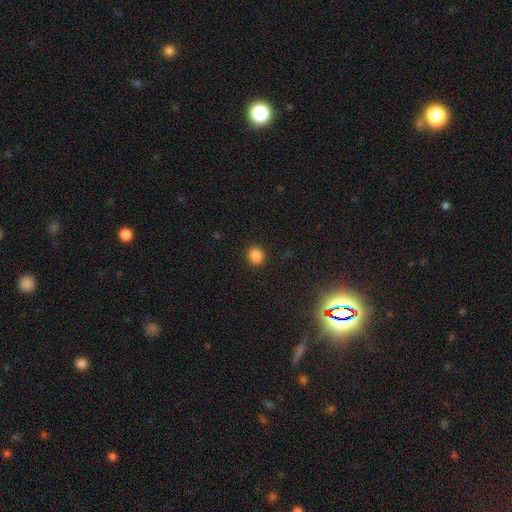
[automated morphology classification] Smooth or featured: smooth — 85% (star or artifact — 12%)
How rounded: round — 78% (in between — 21%)
Merging: none — 90% (minor disturbance — 6%)